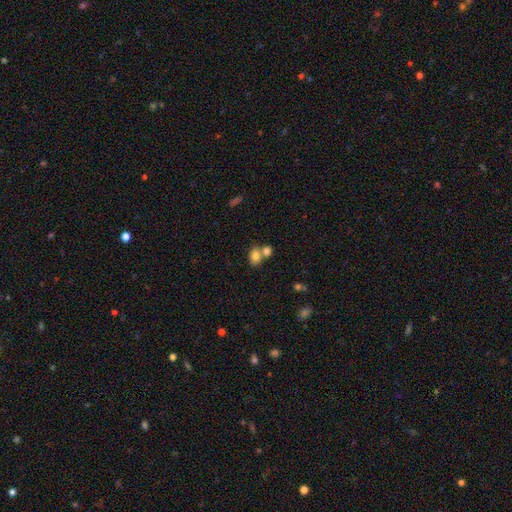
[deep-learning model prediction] Smooth or featured? Predicted: smooth (p=0.79). How rounded? Predicted: in between (p=0.68). Merging? Predicted: merger (p=0.45).